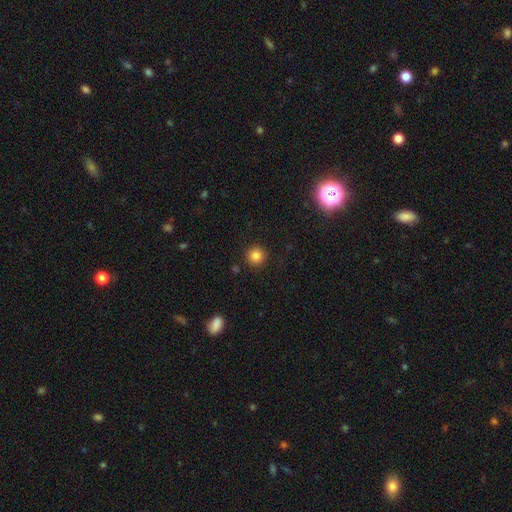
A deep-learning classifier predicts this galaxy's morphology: This is clearly a smooth galaxy (83%). How rounded: clearly round (95%). Merging: clearly none (91%).